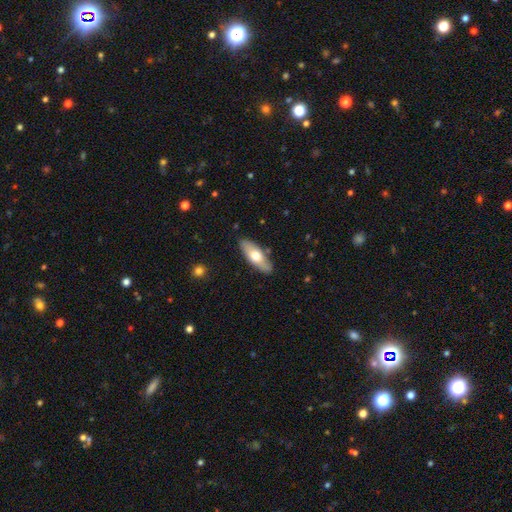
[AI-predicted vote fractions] This appears to be a smooth galaxy with no disk features (62%) that is in between round and cigar-shaped (67%). Merging: none (85%).